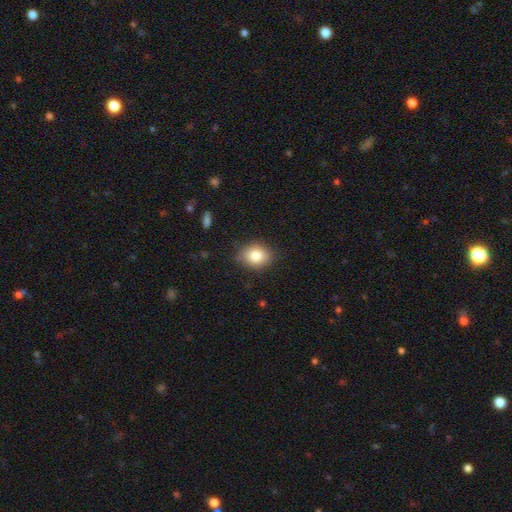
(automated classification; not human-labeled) smooth 82%, star or artifact 9%, featured or disk 8%. Down the decision tree: how rounded — round (58%); merging — none (80%).